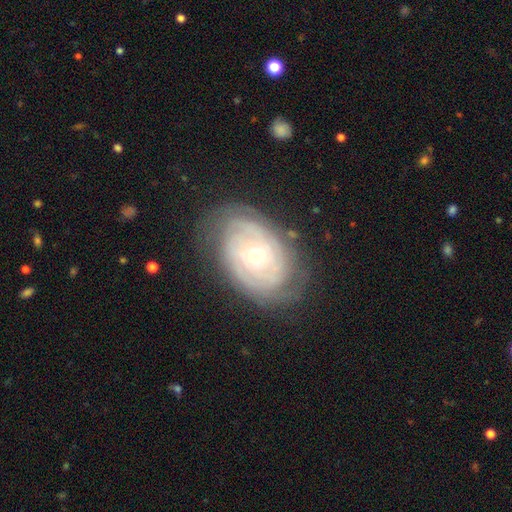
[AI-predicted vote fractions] Smooth or featured?
  - featured or disk: 79% *
  - smooth: 15%
  - star or artifact: 6%
Edge-on disk?
  - no: 95% *
  - yes: 5%
Bar?
  - no: 68% *
  - weak: 24%
  - strong: 8%
Spiral arms?
  - yes: 84% *
  - no: 16%
Spiral winding?
  - tight: 73% *
  - medium: 20%
  - loose: 7%
Spiral arm count?
  - can't tell: 42% *
  - 2: 29%
  - 3: 14%
  - 4: 6%
  - 1: 5%
  - more than 4: 5%
Bulge size?
  - moderate: 71% *
  - small: 22%
  - large: 5%
  - dominant: 1%
  - none: 1%
Merging?
  - none: 75% *
  - minor disturbance: 17%
  - major disturbance: 6%
  - merger: 1%